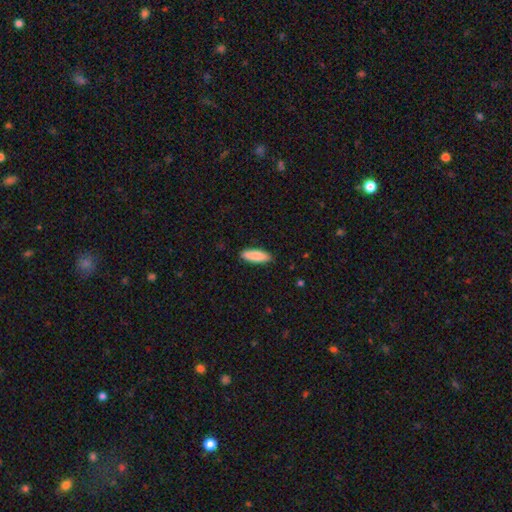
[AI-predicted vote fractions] smooth_or_featured: smooth (p=0.87) [alt: featured or disk p=0.07]
how_rounded: in between (p=0.53) [alt: cigar-shaped p=0.45]
merging: none (p=0.88) [alt: minor disturbance p=0.09]